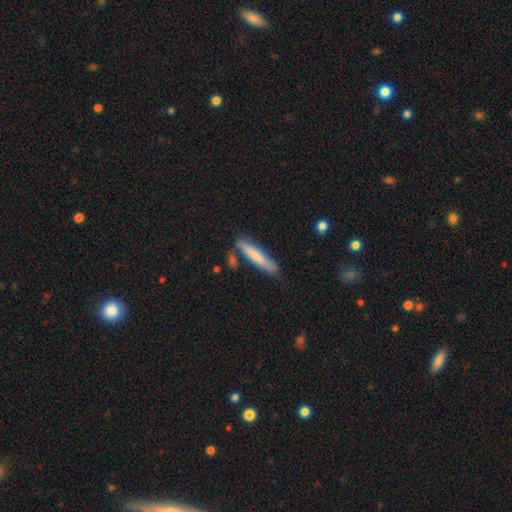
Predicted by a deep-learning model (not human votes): Smooth or featured? Predicted: smooth (p=0.71). How rounded? Predicted: cigar-shaped (p=0.91). Merging? Predicted: none (p=0.75).